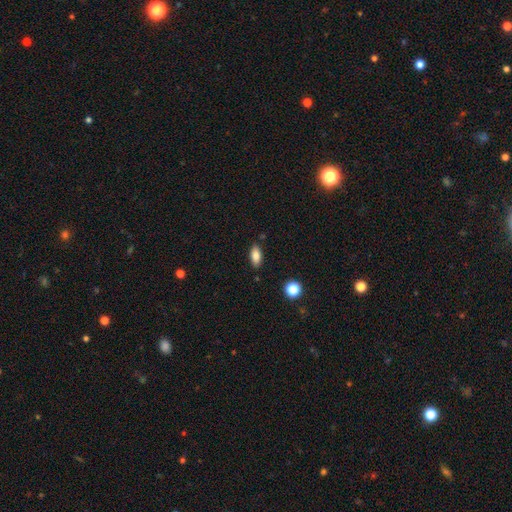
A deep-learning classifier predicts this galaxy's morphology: Q: Smooth or featured?
A: smooth (82%); runner-up: featured or disk (10%)
Q: How rounded?
A: in between (85%); runner-up: cigar-shaped (12%)
Q: Merging?
A: none (86%); runner-up: minor disturbance (10%)